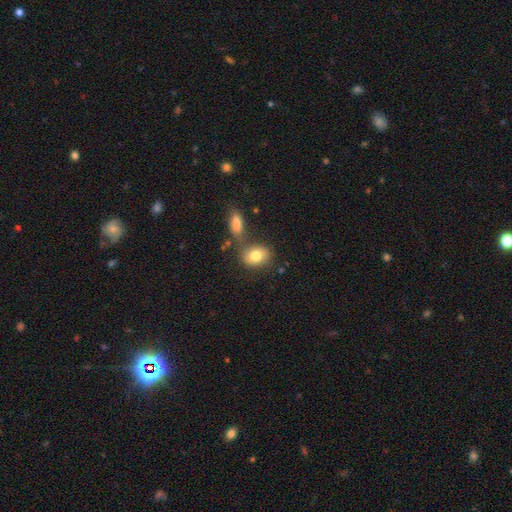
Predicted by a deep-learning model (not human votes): This is likely a smooth galaxy (79%). How rounded: possibly in between (58%). Merging: possibly none (51%).